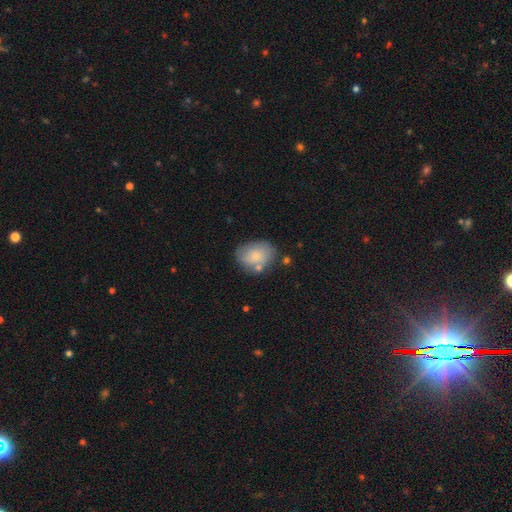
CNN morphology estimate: Overall: smooth (74%). How rounded: in between (62%; round 37%). Merging: none (63%).